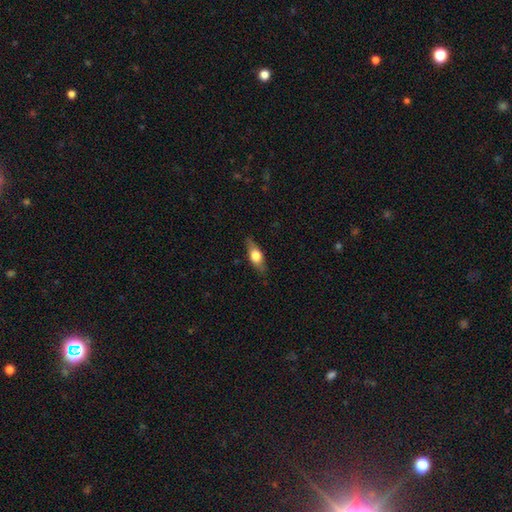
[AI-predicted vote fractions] The model was most divided on "smooth or featured": smooth: 59%, featured or disk: 35%, star or artifact: 7%. More confident: merging — none (82%); how rounded — in between (66%).